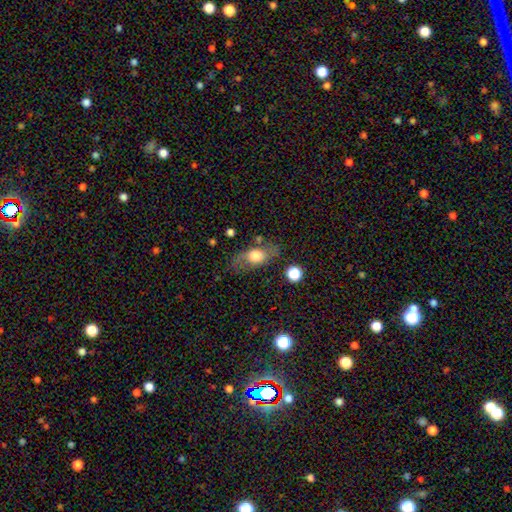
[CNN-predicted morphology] A smooth galaxy with no disk features (61%) that is in between round and cigar-shaped (78%). Merging: none (68%).